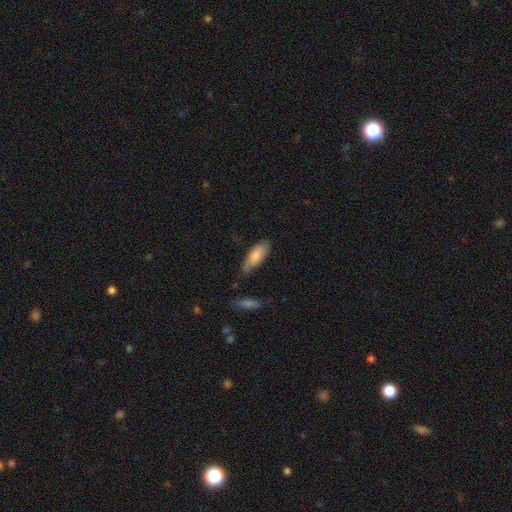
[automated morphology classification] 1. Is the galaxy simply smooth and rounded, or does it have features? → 78% smooth, 16% featured or disk, 6% star or artifact.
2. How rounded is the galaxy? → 78% in between, 20% cigar-shaped, 2% round.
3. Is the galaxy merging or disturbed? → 66% none, 26% minor disturbance, 5% major disturbance, 3% merger.